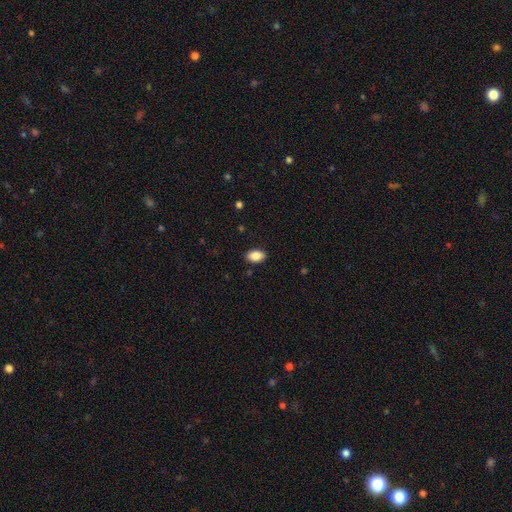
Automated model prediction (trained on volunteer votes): smooth 87%, star or artifact 8%, featured or disk 5%. Down the decision tree: how rounded — in between (90%); merging — none (88%).